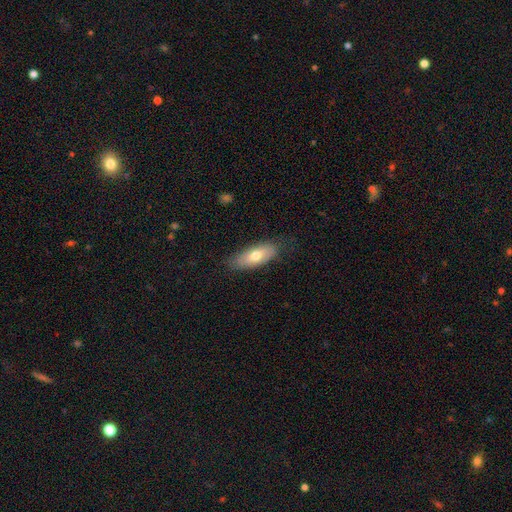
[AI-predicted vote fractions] smooth_or_featured: smooth (p=0.68) [alt: featured or disk p=0.26]
how_rounded: in between (p=0.75) [alt: cigar-shaped p=0.22]
merging: none (p=0.77) [alt: minor disturbance p=0.18]